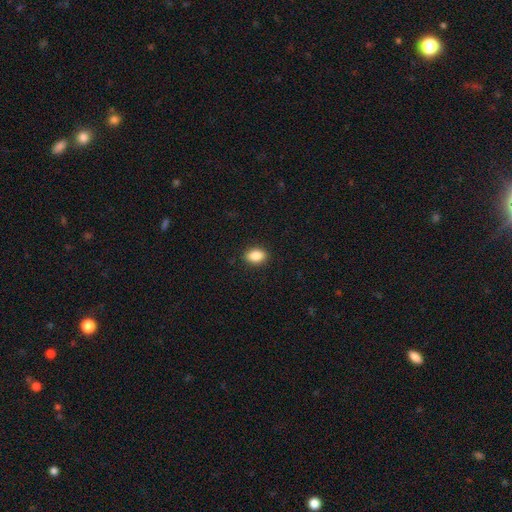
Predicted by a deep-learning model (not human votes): smooth_or_featured: smooth (p=0.87) [alt: star or artifact p=0.08]
how_rounded: in between (p=0.80) [alt: round p=0.18]
merging: none (p=0.90) [alt: minor disturbance p=0.07]